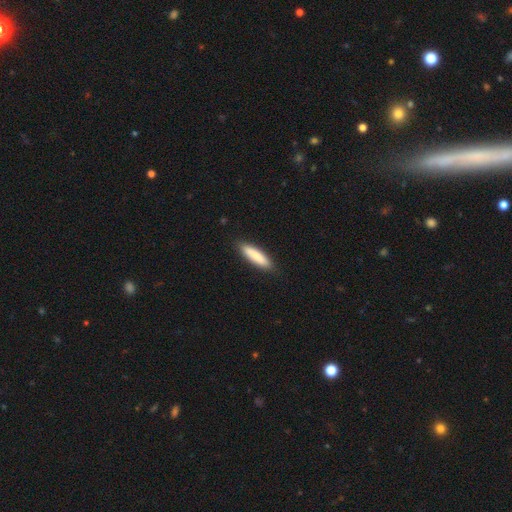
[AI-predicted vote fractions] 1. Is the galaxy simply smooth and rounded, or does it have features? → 86% smooth, 9% featured or disk, 5% star or artifact.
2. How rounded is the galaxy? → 73% cigar-shaped, 25% in between, 1% round.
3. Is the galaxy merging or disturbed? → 89% none, 9% minor disturbance, 2% major disturbance, 1% merger.